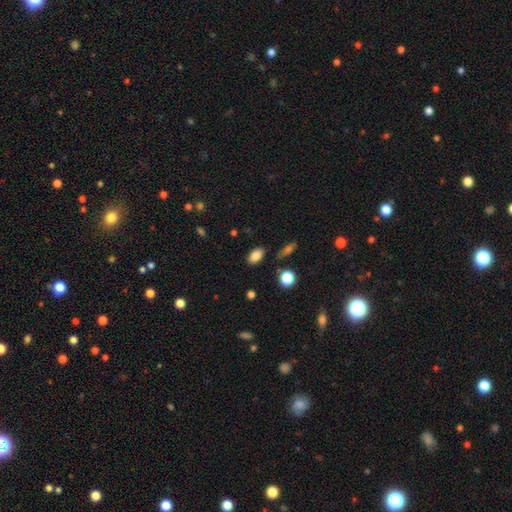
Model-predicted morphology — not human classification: The model was most divided on "merging": none: 82%, minor disturbance: 12%, major disturbance: 3%, merger: 3%. More confident: how rounded — in between (88%); smooth or featured — smooth (83%).